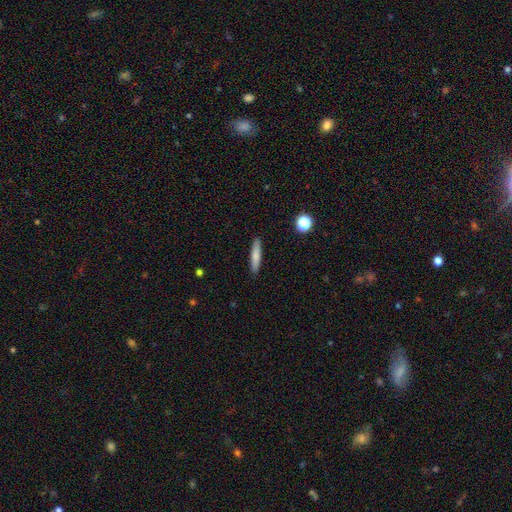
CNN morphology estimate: This appears to be a smooth galaxy with no disk features (74%) that is cigar-shaped (87%). Merging: none (90%).